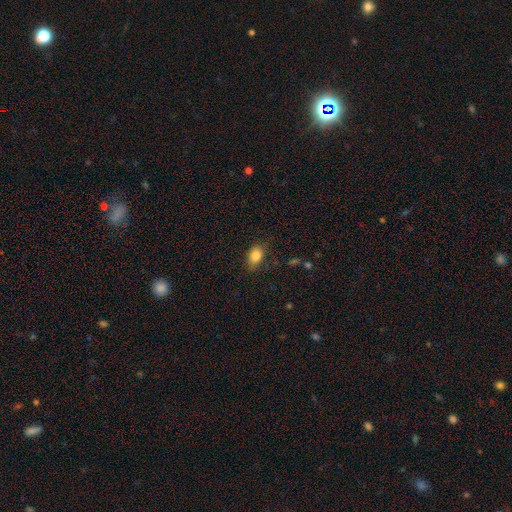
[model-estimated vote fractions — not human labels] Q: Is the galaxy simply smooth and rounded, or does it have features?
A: smooth — 84%.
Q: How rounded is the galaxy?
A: in between — 82%.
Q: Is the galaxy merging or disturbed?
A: none — 79%.